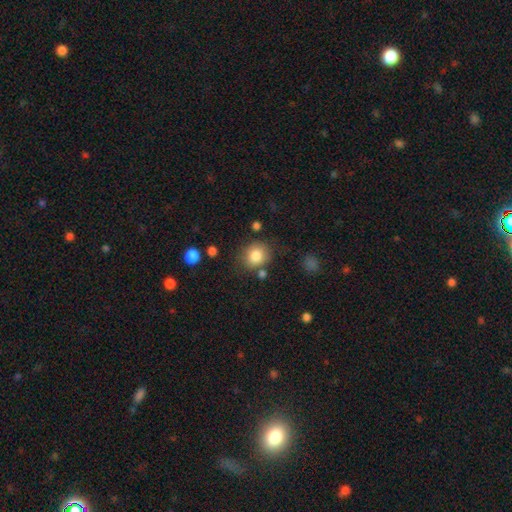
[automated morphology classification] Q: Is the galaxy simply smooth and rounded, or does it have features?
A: smooth — 83%.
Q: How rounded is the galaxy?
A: round — 78%.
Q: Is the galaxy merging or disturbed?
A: none — 76%.